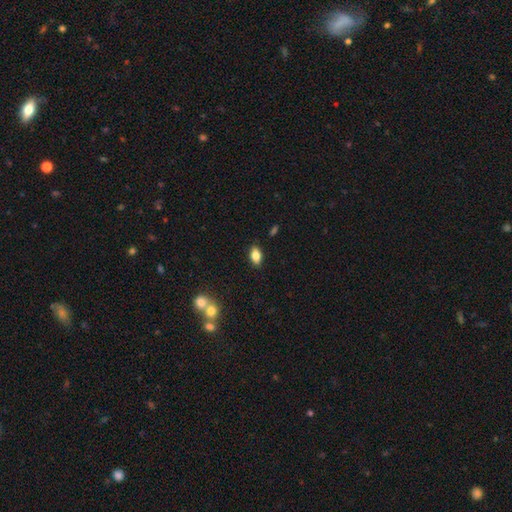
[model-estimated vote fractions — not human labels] smooth-or-featured: smooth: 79% | featured or disk: 12% | star or artifact: 9%
  how-rounded: in between: 88% | round: 8% | cigar-shaped: 4%
  merging: none: 87% | minor disturbance: 9% | merger: 2% | major disturbance: 2%